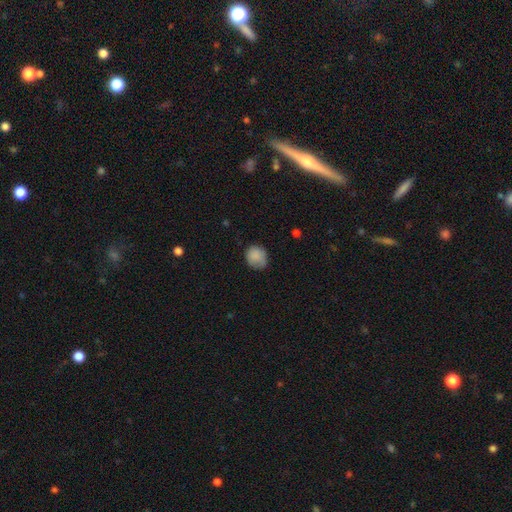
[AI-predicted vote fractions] smooth 86%, star or artifact 8%, featured or disk 6%. Down the decision tree: how rounded — round (77%); merging — none (69%).